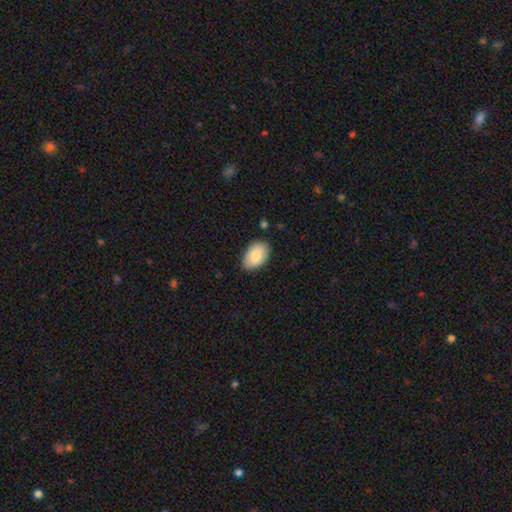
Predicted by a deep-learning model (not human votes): Smooth or featured? smooth (85%)
How rounded? in between (92%)
Merging? none (82%)